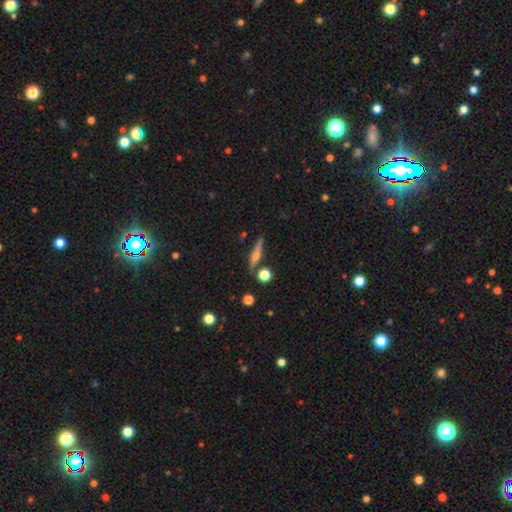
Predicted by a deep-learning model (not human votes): A featured or disk galaxy (55%) viewed edge-on (94%) with a rounded central bulge (79%). Merging: none (80%).